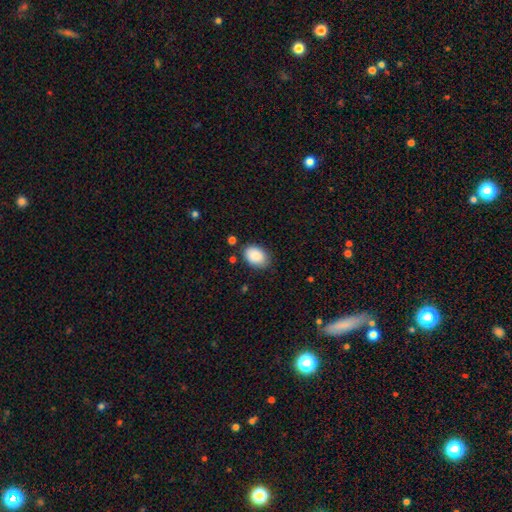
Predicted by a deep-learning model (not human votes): Overall: smooth (88%). How rounded: in between (85%). Merging: none (77%).